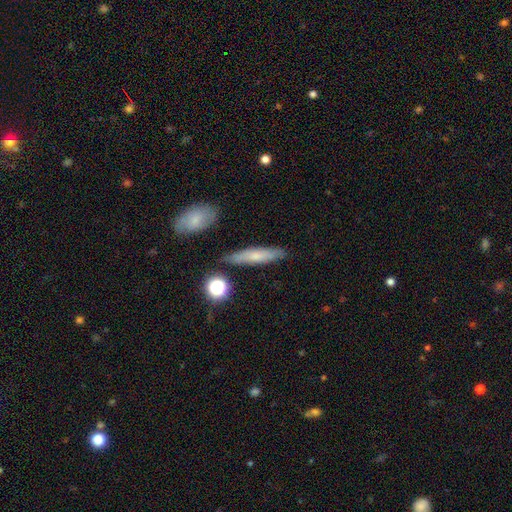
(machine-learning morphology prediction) smooth_or_featured: smooth (p=0.63) [alt: featured or disk p=0.29]
how_rounded: cigar-shaped (p=0.81) [alt: in between p=0.16]
merging: none (p=0.83) [alt: minor disturbance p=0.11]